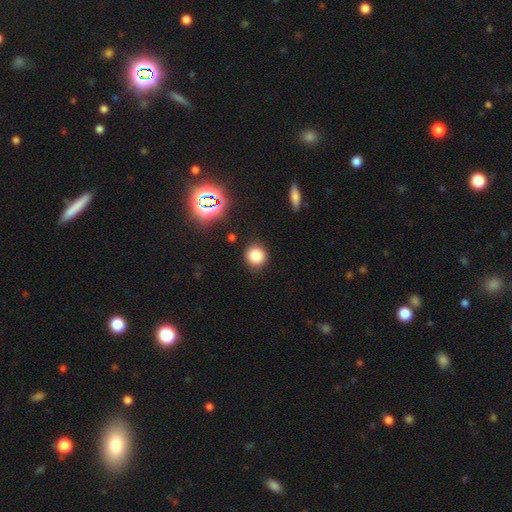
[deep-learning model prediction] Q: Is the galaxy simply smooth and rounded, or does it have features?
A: smooth — 80%.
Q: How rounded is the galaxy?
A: round — 86%.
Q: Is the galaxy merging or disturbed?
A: none — 86%.